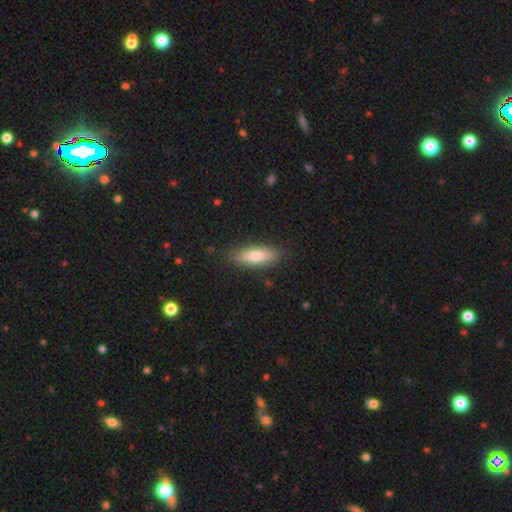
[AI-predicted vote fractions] Smooth or featured? smooth (79%)
How rounded? in between (62%)
Merging? none (85%)